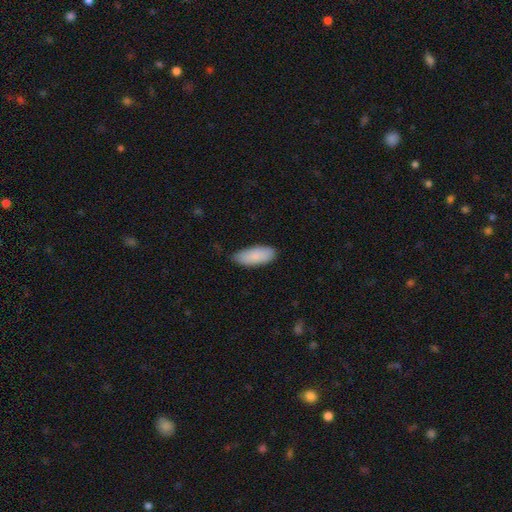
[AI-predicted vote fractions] A smooth galaxy with no disk features (88%) that is in between round and cigar-shaped (82%).

Vote fractions:
- Smooth or featured? smooth: 88% / featured or disk: 6% / star or artifact: 6%
- How rounded? in between: 82% / cigar-shaped: 16% / round: 2%
- Merging? none: 73% / minor disturbance: 23% / major disturbance: 3% / merger: 1%